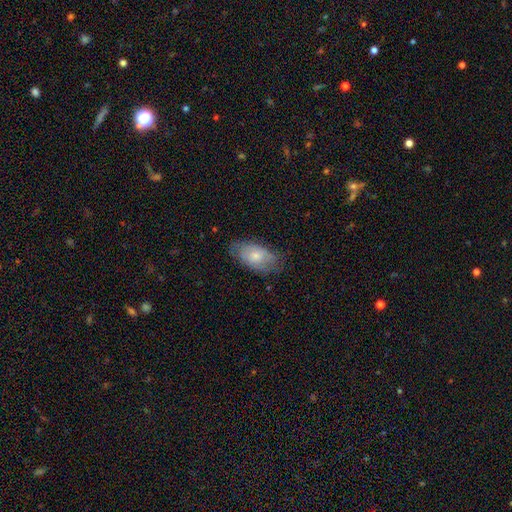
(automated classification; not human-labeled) smooth 55%, featured or disk 39%, star or artifact 6%. Down the decision tree: how rounded — in between (92%); merging — none (68%).